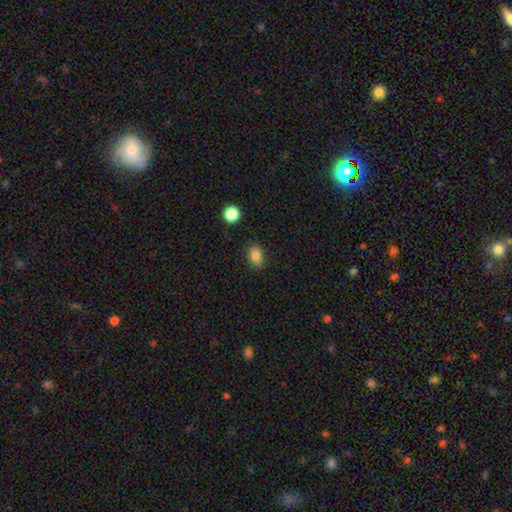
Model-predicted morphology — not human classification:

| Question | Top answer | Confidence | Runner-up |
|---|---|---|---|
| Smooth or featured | smooth | 83% | star or artifact (10%) |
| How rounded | in between | 74% | round (25%) |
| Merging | none | 85% | minor disturbance (11%) |